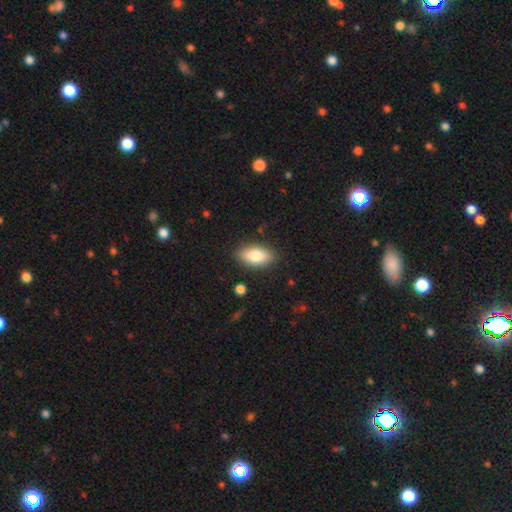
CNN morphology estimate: This appears to be a smooth galaxy with no disk features (81%) that is in between round and cigar-shaped (89%). Merging: none (85%).